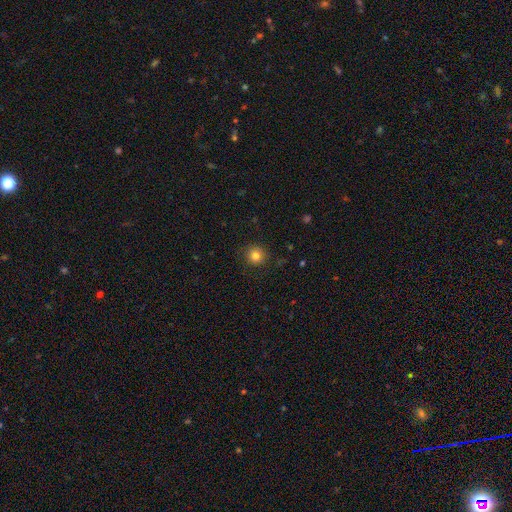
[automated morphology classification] This is clearly a smooth galaxy (82%). How rounded: clearly round (93%). Merging: clearly none (90%).